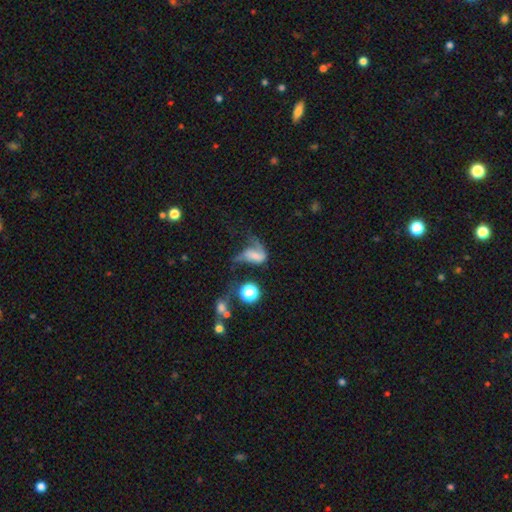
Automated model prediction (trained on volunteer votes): Smooth or featured? featured or disk (43%)
Merging? major disturbance (54%)